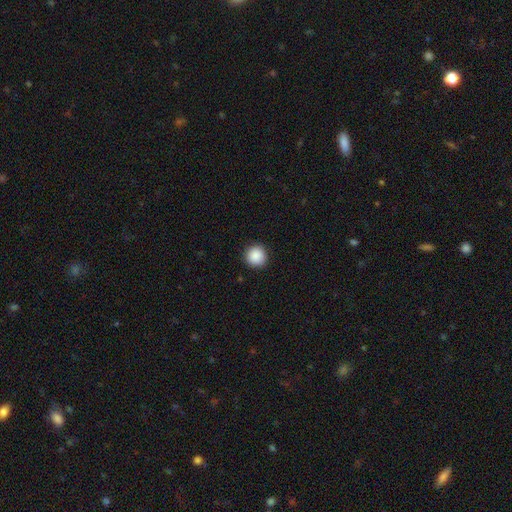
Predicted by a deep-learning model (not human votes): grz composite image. It shows a smooth galaxy with no disk features (89%) that is round (95%). Merging: none (92%).